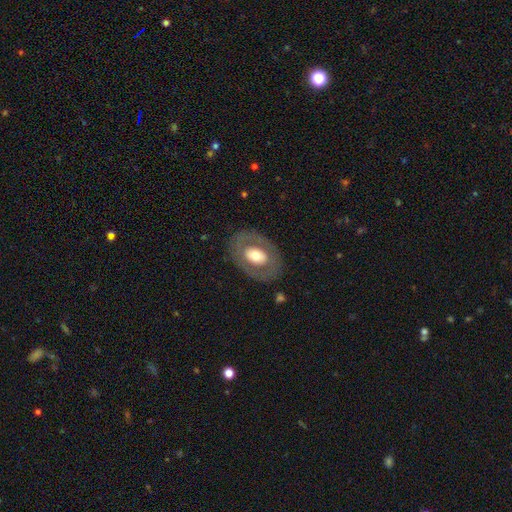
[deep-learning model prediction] featured or disk 48%, smooth 46%, star or artifact 6%. Down the decision tree: merging — none (80%).